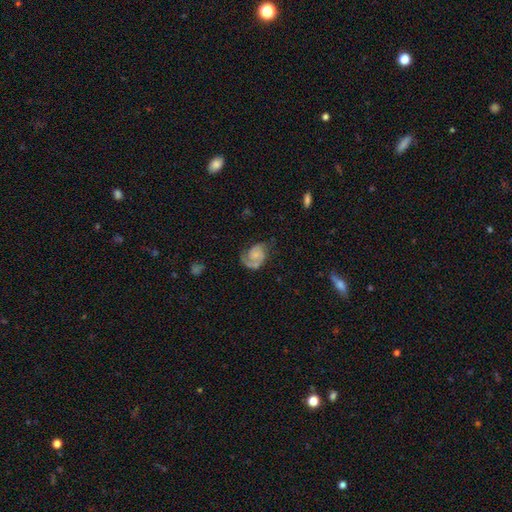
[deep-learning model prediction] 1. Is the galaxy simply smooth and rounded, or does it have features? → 76% featured or disk, 17% smooth, 6% star or artifact.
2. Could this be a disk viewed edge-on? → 98% no, 2% yes.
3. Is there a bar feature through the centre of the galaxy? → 70% no, 26% weak, 4% strong.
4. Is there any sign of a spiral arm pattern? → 94% yes, 6% no.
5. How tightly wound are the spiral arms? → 43% medium, 38% tight, 19% loose.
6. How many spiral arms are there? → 54% 2, 38% 1, 5% can't tell, 2% 3, 1% 4, 1% more than 4.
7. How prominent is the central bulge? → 48% small, 25% moderate, 21% none, 4% large, 1% dominant.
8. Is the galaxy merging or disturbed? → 57% none, 23% minor disturbance, 18% major disturbance, 2% merger.